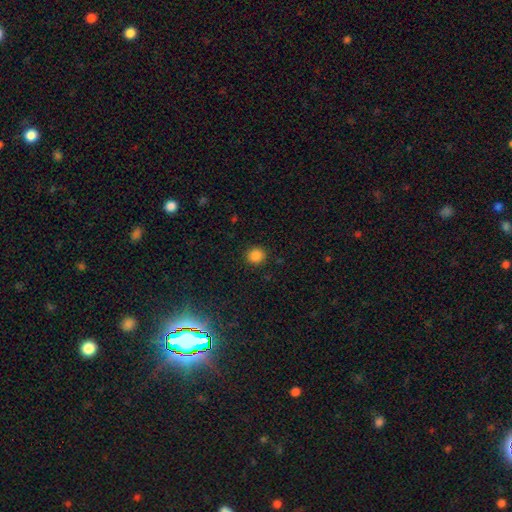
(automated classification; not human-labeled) smooth_or_featured: smooth (p=0.85) [alt: star or artifact p=0.12]
how_rounded: round (p=0.92) [alt: in between p=0.08]
merging: none (p=0.91) [alt: minor disturbance p=0.06]